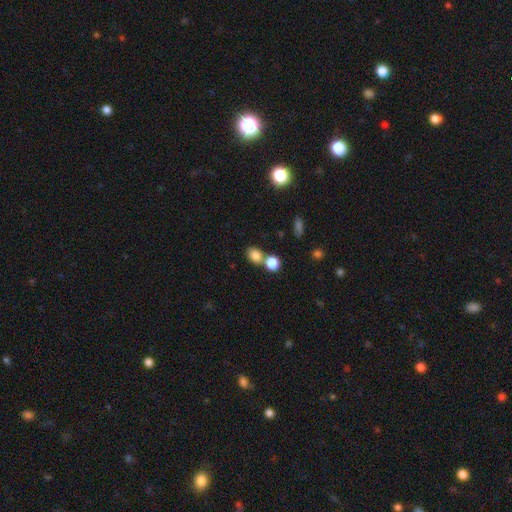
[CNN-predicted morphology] A smooth galaxy with no disk features (82%) that is in between round and cigar-shaped (53%).

Vote fractions:
- Smooth or featured? smooth: 82% / star or artifact: 11% / featured or disk: 7%
- How rounded? in between: 53% / round: 46% / cigar-shaped: 1%
- Merging? none: 54% / merger: 33% / minor disturbance: 10% / major disturbance: 3%